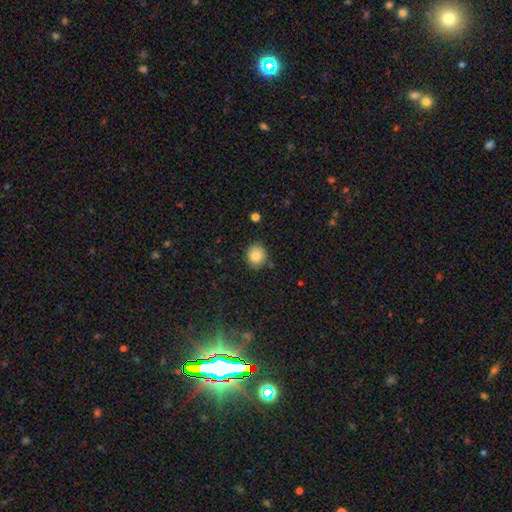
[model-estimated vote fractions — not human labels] A smooth galaxy with no disk features (84%) that is round (85%). Merging: none (85%).